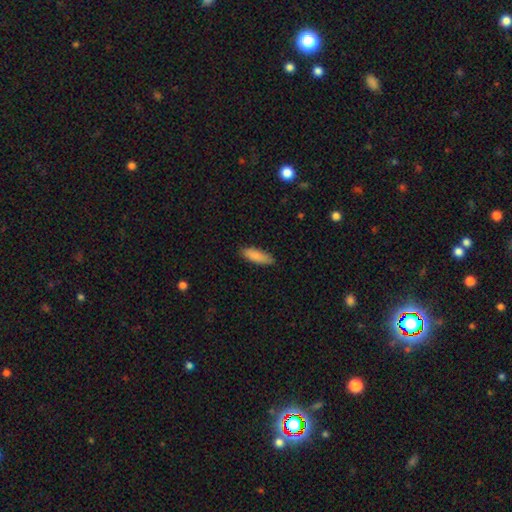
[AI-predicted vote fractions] Smooth or featured? Predicted: smooth (p=0.85). How rounded? Predicted: in between (p=0.60). Merging? Predicted: none (p=0.85).